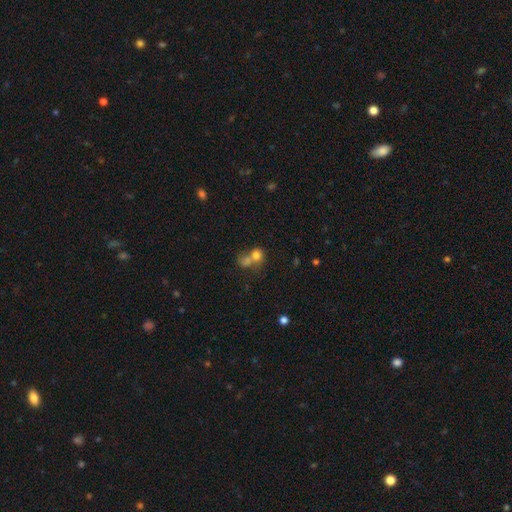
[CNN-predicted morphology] This is likely a smooth galaxy (71%). How rounded: likely round (71%). Merging: possibly merger (55%).